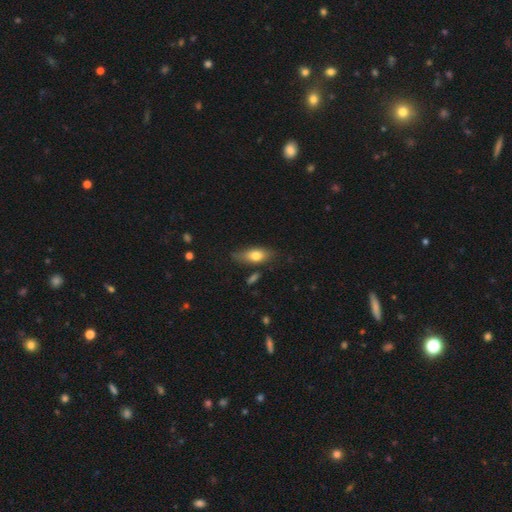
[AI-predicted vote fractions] Q: Smooth or featured?
A: smooth (74%); runner-up: featured or disk (20%)
Q: How rounded?
A: in between (78%); runner-up: cigar-shaped (17%)
Q: Merging?
A: none (69%); runner-up: minor disturbance (22%)